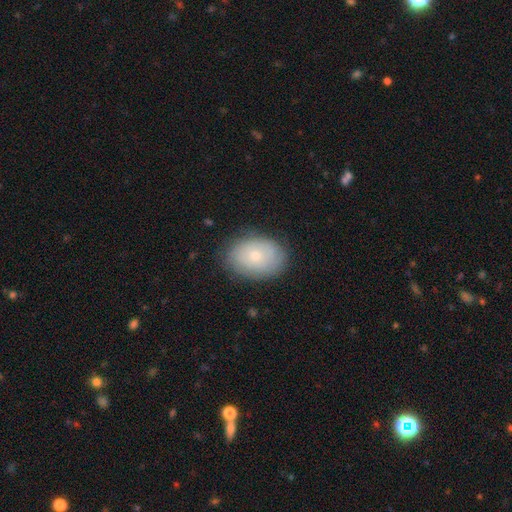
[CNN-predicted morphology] type=smooth (63%); roundness=in between (77%); merging=none (83%).